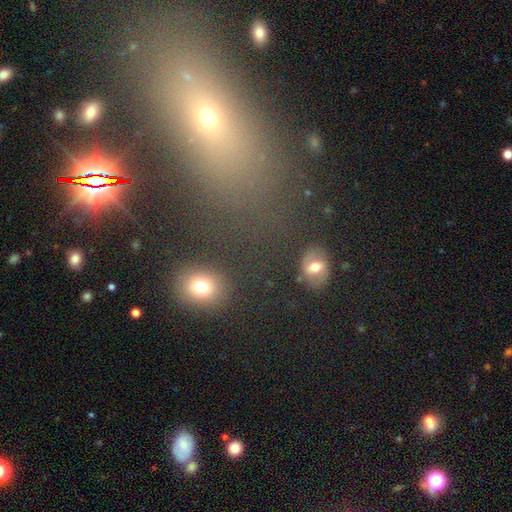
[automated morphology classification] Smooth or featured?
  - smooth: 61% *
  - star or artifact: 27%
  - featured or disk: 13%
How rounded?
  - in between: 55% *
  - round: 43%
  - cigar-shaped: 3%
Merging?
  - none: 80% *
  - minor disturbance: 9%
  - merger: 6%
  - major disturbance: 5%